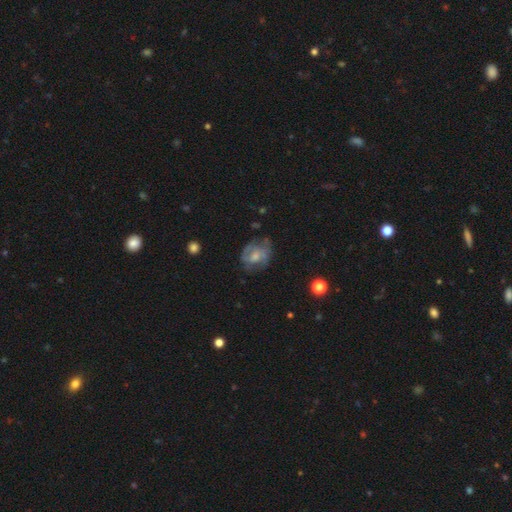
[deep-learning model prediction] Q: Smooth or featured?
A: featured or disk (56%); runner-up: smooth (35%)
Q: Edge-on disk?
A: no (97%); runner-up: yes (3%)
Q: Bar?
A: no (63%); runner-up: weak (31%)
Q: Spiral arms?
A: yes (57%); runner-up: no (43%)
Q: Bulge size?
A: moderate (45%); runner-up: small (30%)
Q: Merging?
A: none (54%); runner-up: minor disturbance (25%)